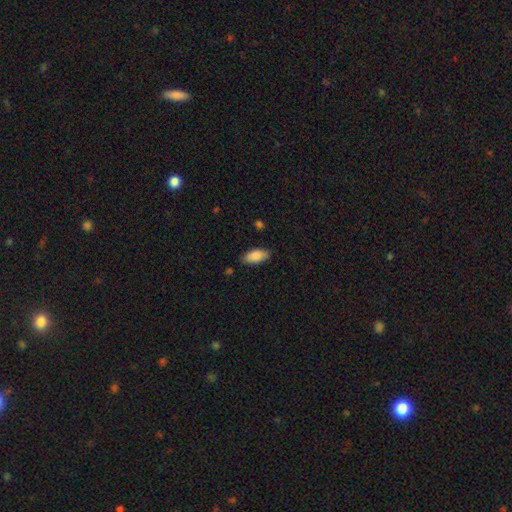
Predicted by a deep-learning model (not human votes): Morphology: type=smooth (87%); roundness=in between (88%); merging=none (84%).